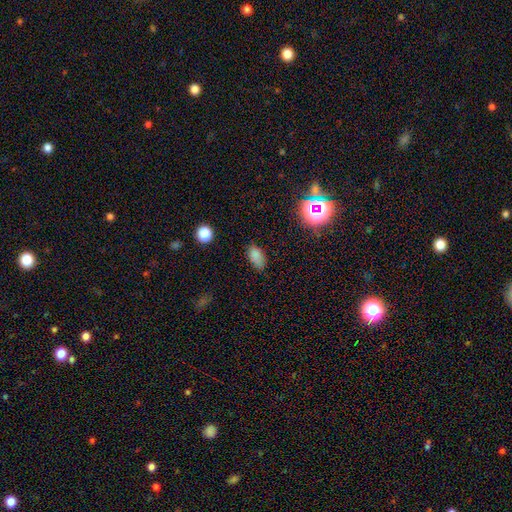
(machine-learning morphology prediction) Overall: smooth (78%). How rounded: in between (90%). Merging: none (78%).